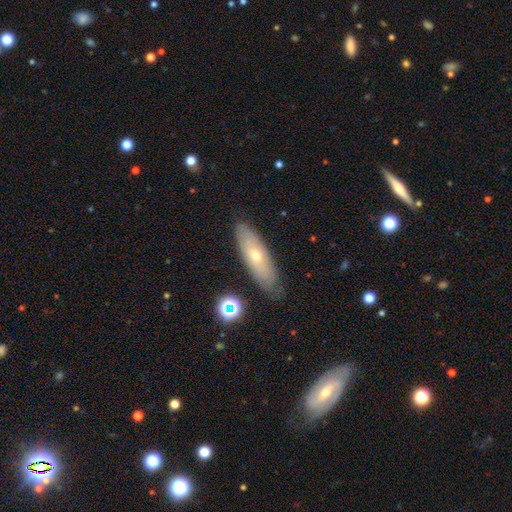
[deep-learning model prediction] Overall: smooth (50%; featured or disk 42%). Merging: none (80%).